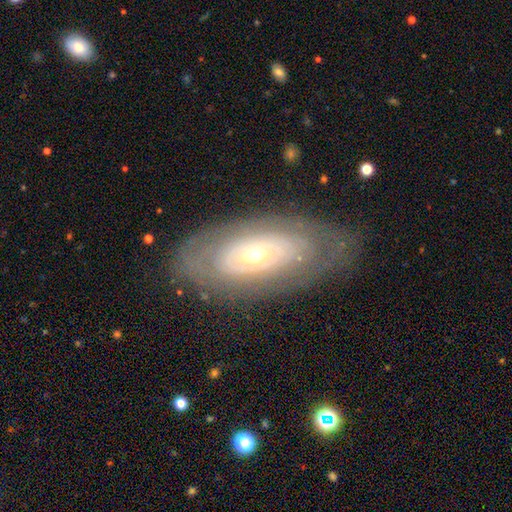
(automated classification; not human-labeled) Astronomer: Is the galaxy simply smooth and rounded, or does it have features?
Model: featured or disk — 65%.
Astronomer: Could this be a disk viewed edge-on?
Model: no — 88%.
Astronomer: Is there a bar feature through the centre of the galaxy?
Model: no — 89%.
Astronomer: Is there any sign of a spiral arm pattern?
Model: no — 60% (runner-up: yes, 40%).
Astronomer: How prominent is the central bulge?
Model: small — 59% (runner-up: moderate, 36%).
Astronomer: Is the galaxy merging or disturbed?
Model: none — 79%.